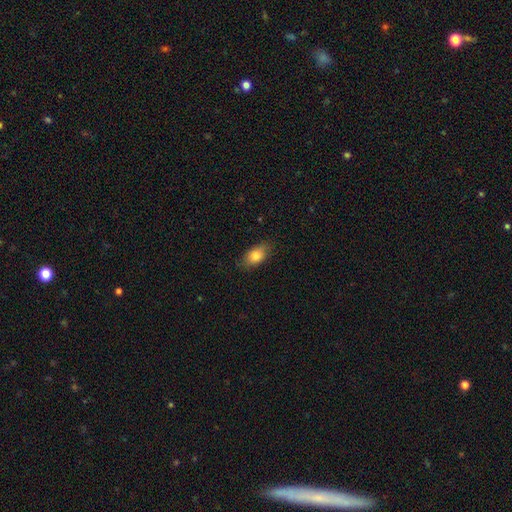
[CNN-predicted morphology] Smooth or featured? Predicted: smooth (p=0.82). How rounded? Predicted: in between (p=0.88). Merging? Predicted: none (p=0.80).